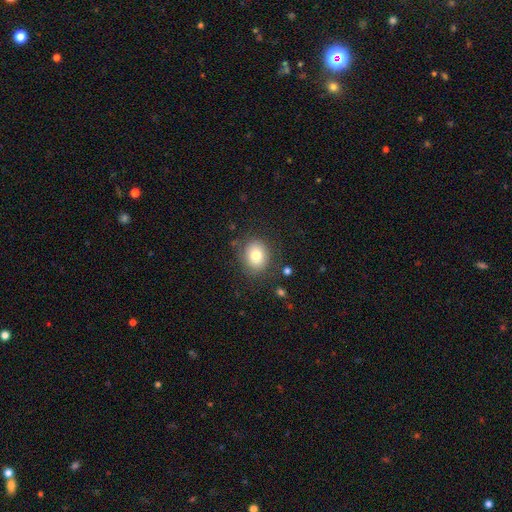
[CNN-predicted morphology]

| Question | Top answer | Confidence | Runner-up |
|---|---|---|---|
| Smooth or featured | smooth | 78% | featured or disk (12%) |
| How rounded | round | 61% | in between (38%) |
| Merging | none | 79% | minor disturbance (13%) |